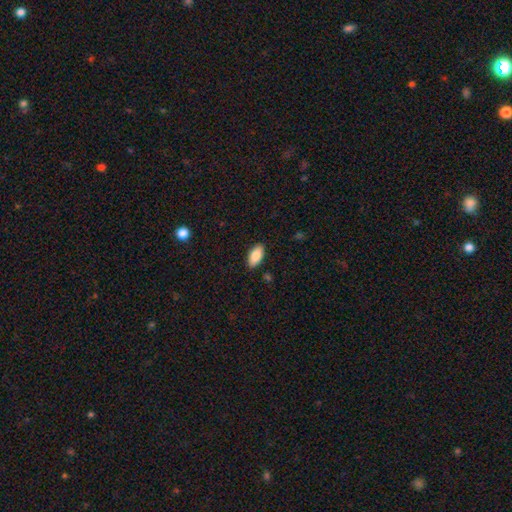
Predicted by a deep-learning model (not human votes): Smooth or featured: smooth — 86% (featured or disk — 7%)
How rounded: in between — 91% (cigar-shaped — 7%)
Merging: none — 89% (minor disturbance — 8%)